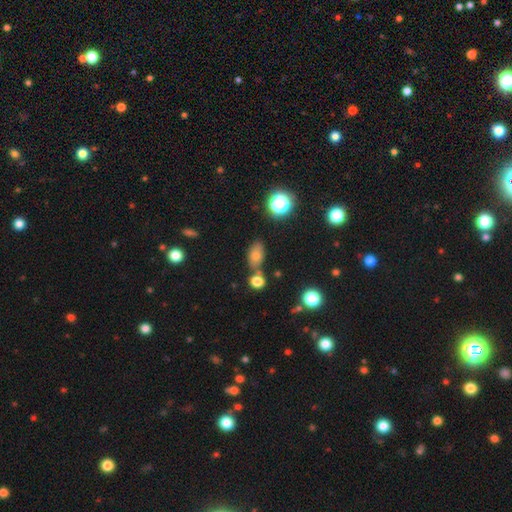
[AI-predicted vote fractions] Q: Smooth or featured?
A: smooth (71%); runner-up: star or artifact (15%)
Q: How rounded?
A: in between (83%); runner-up: round (13%)
Q: Merging?
A: none (62%); runner-up: merger (20%)